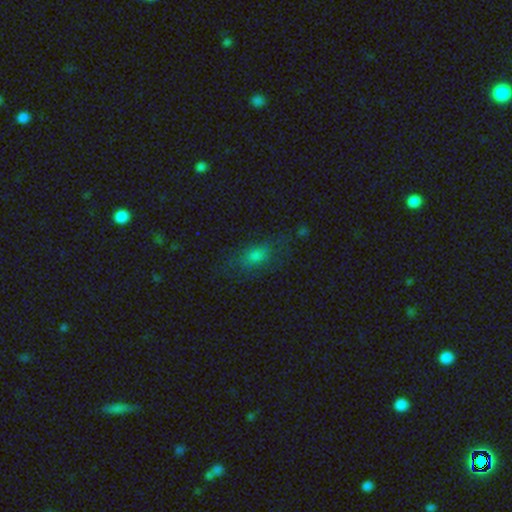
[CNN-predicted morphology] Overall: smooth (69%). How rounded: in between (80%). Merging: none (61%; minor disturbance 23%).